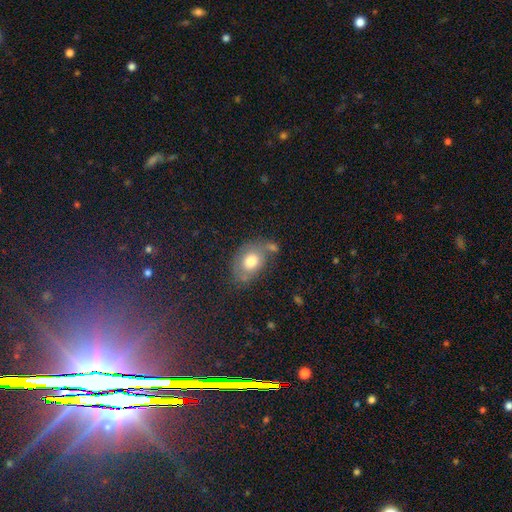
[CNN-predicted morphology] Q: Smooth or featured?
A: smooth (68%); runner-up: featured or disk (20%)
Q: How rounded?
A: in between (72%); runner-up: round (27%)
Q: Merging?
A: none (53%); runner-up: minor disturbance (22%)